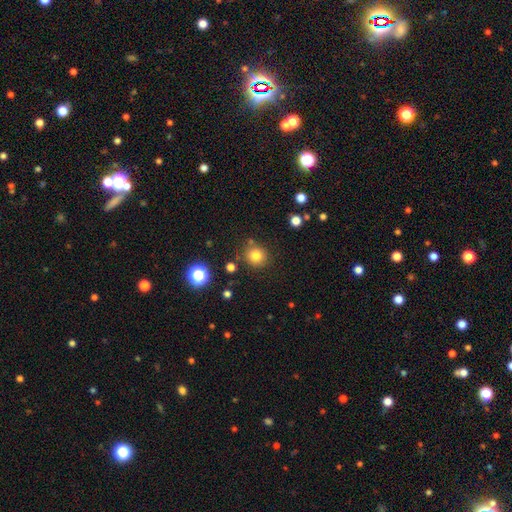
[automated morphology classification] The model was most divided on "smooth or featured": smooth: 80%, star or artifact: 14%, featured or disk: 7%. More confident: how rounded — round (91%); merging — none (82%).